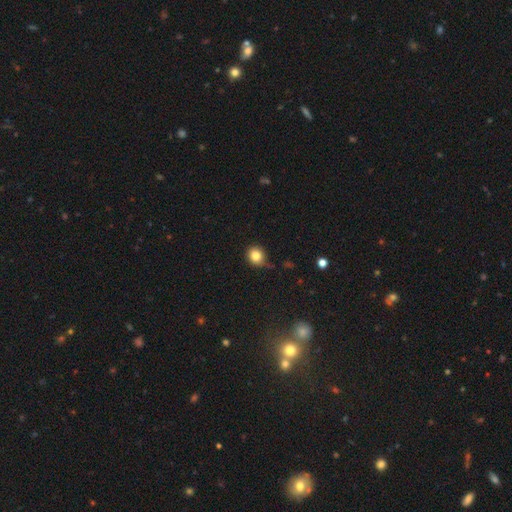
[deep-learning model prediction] smooth-or-featured: smooth: 82% | star or artifact: 11% | featured or disk: 7%
  how-rounded: round: 82% | in between: 17% | cigar-shaped: 1%
  merging: none: 70% | minor disturbance: 22% | major disturbance: 5% | merger: 3%